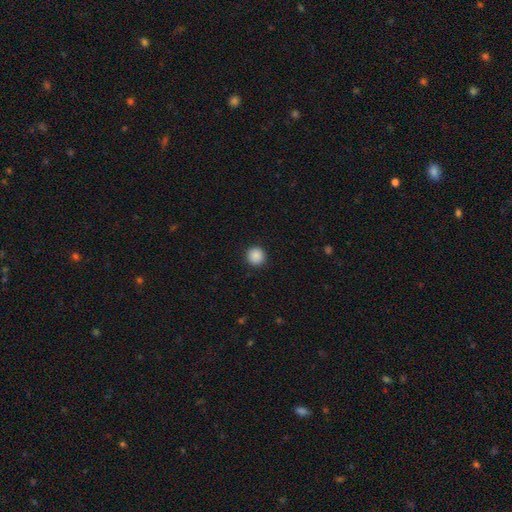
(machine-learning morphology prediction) Overall: smooth (89%). How rounded: round (95%). Merging: none (93%).